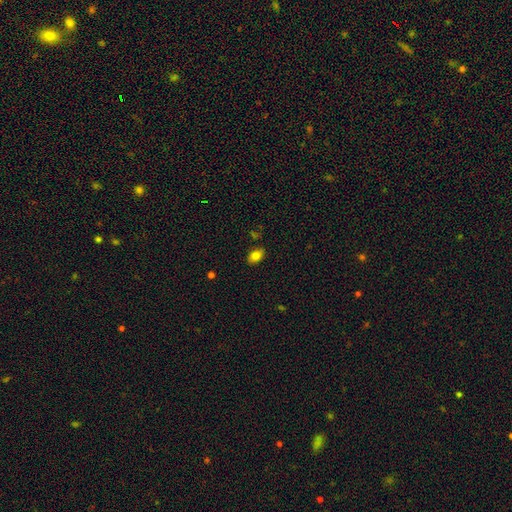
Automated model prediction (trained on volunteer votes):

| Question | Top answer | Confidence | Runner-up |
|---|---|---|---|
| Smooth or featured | smooth | 81% | star or artifact (10%) |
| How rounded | in between | 85% | round (13%) |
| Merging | none | 85% | minor disturbance (11%) |